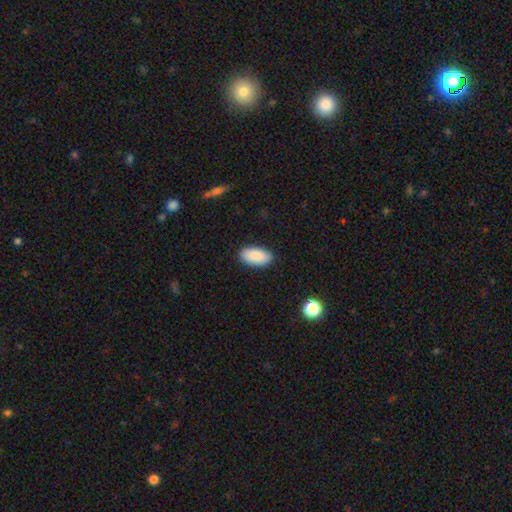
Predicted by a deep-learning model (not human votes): A smooth galaxy with no disk features (90%) that is in between round and cigar-shaped (95%).

Vote fractions:
- Smooth or featured? smooth: 90% / star or artifact: 6% / featured or disk: 4%
- How rounded? in between: 95% / cigar-shaped: 3% / round: 2%
- Merging? none: 88% / minor disturbance: 9% / major disturbance: 2% / merger: 1%